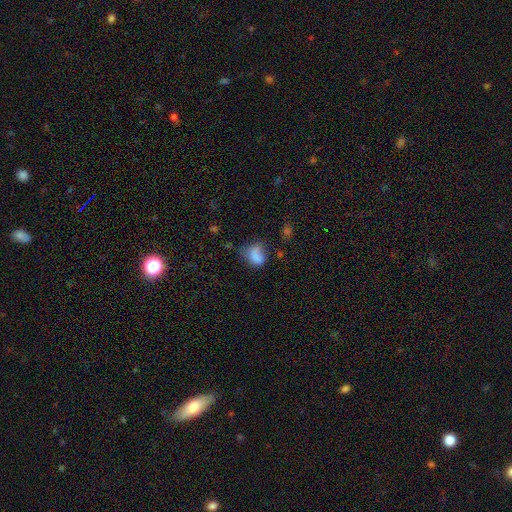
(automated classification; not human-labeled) smooth_or_featured: smooth (p=0.78) [alt: star or artifact p=0.11]
how_rounded: in between (p=0.73) [alt: round p=0.25]
merging: none (p=0.36) [alt: minor disturbance p=0.33]